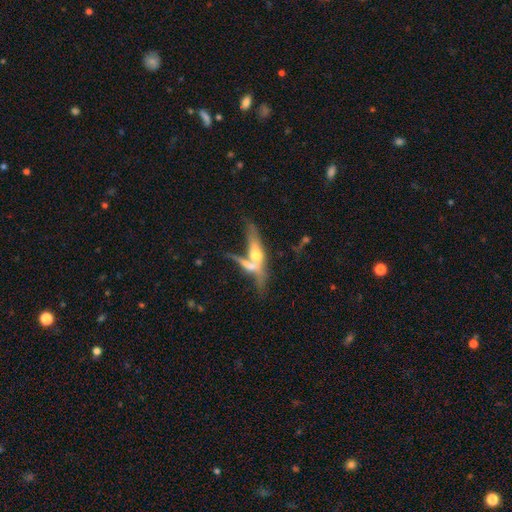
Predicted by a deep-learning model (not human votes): A featured or disk galaxy (54%) viewed edge-on (69%).

Vote fractions:
- Smooth or featured? featured or disk: 54% / smooth: 39% / star or artifact: 8%
- Edge-on disk? yes: 69% / no: 31%
- Merging? merger: 55% / none: 25% / minor disturbance: 11% / major disturbance: 9%